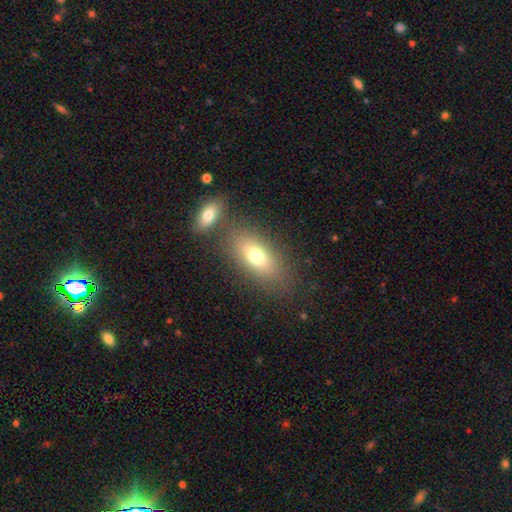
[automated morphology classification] Smooth or featured?
  - smooth: 72% *
  - featured or disk: 18%
  - star or artifact: 11%
How rounded?
  - in between: 82% *
  - round: 10%
  - cigar-shaped: 8%
Merging?
  - none: 70% *
  - merger: 14%
  - minor disturbance: 11%
  - major disturbance: 5%